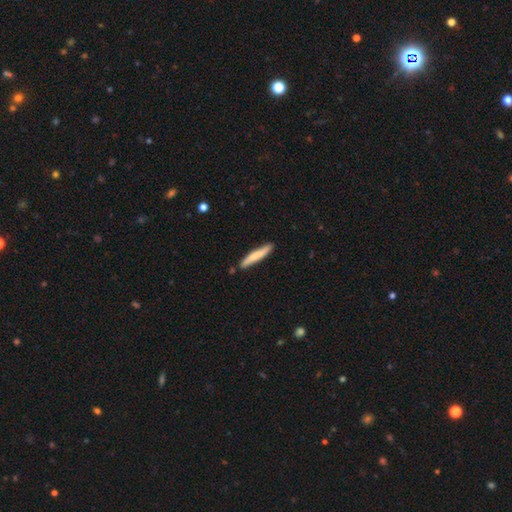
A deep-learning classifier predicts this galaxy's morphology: type=smooth (70%); roundness=cigar-shaped (93%); merging=none (83%).